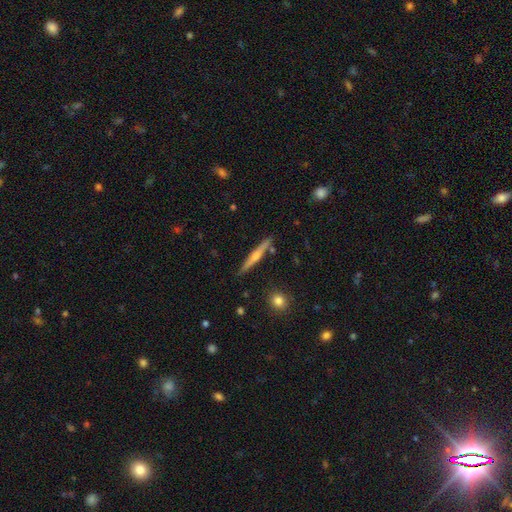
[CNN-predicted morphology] type=featured or disk (66%); edge-on=yes (98%); edge-on bulge=rounded (81%); merging=none (88%).